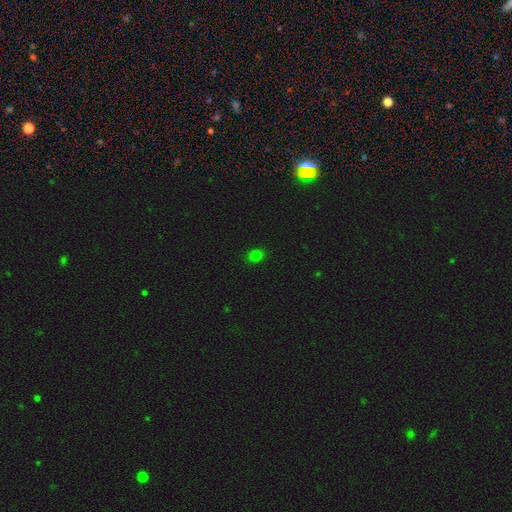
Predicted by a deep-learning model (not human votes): Overall: smooth (78%). How rounded: round (69%; in between 30%). Merging: none (89%).